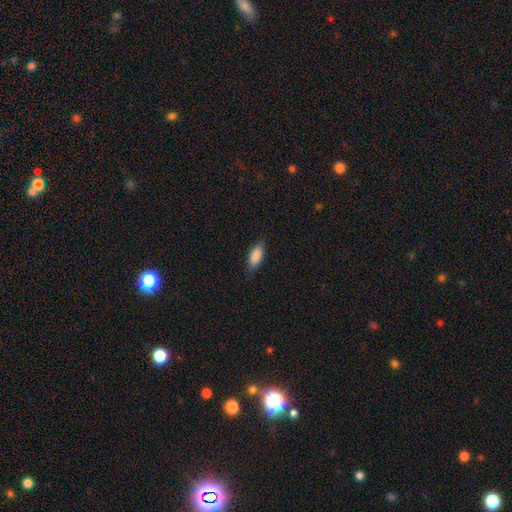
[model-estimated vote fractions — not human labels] Overall: smooth (86%). How rounded: in between (81%). Merging: none (81%).